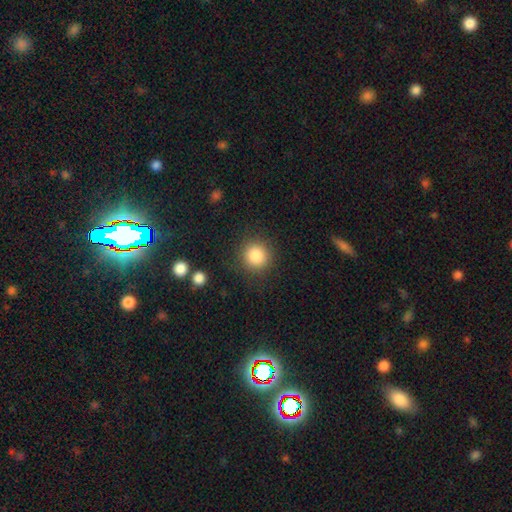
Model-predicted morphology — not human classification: smooth 85%, star or artifact 10%, featured or disk 5%. Down the decision tree: how rounded — round (93%); merging — none (87%).